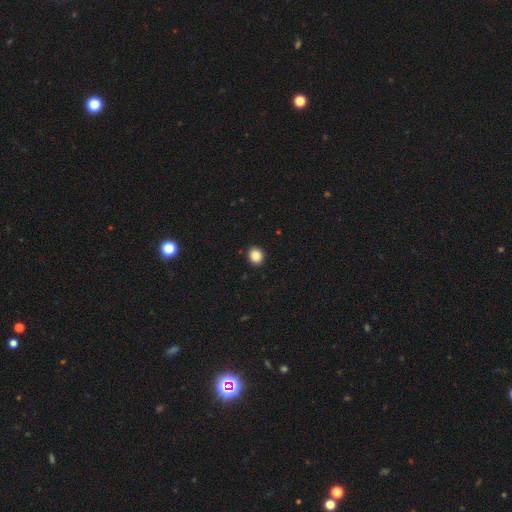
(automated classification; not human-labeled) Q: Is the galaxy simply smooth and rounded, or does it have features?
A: smooth — 87%.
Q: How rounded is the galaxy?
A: round — 78%.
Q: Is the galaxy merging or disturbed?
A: none — 92%.